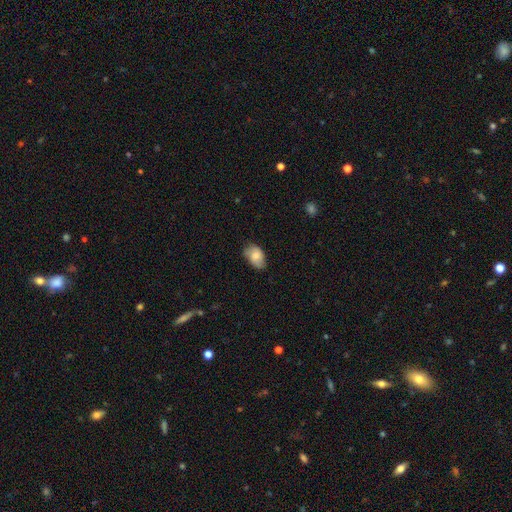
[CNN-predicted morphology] This is likely a smooth galaxy (74%). How rounded: clearly in between (88%). Merging: likely none (64%).